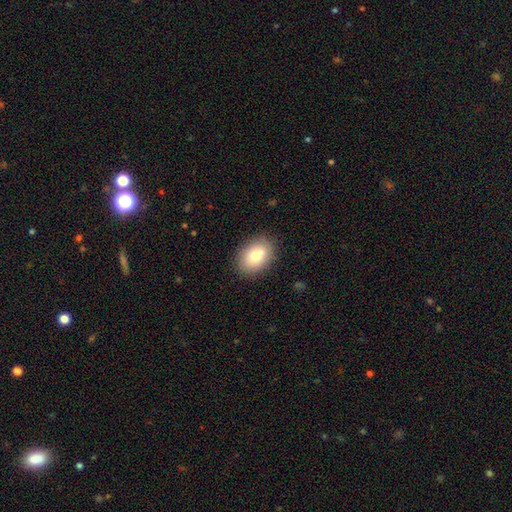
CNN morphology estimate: Q: Smooth or featured?
A: smooth (78%); runner-up: featured or disk (14%)
Q: How rounded?
A: in between (79%); runner-up: round (20%)
Q: Merging?
A: none (84%); runner-up: minor disturbance (11%)